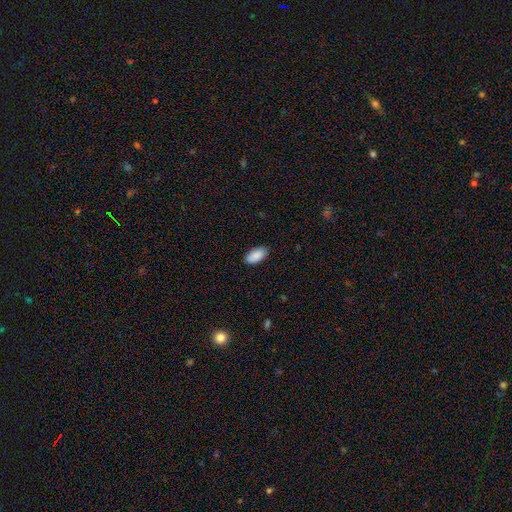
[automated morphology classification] This appears to be a smooth galaxy with no disk features (90%) that is in between round and cigar-shaped (95%). Merging: none (87%).